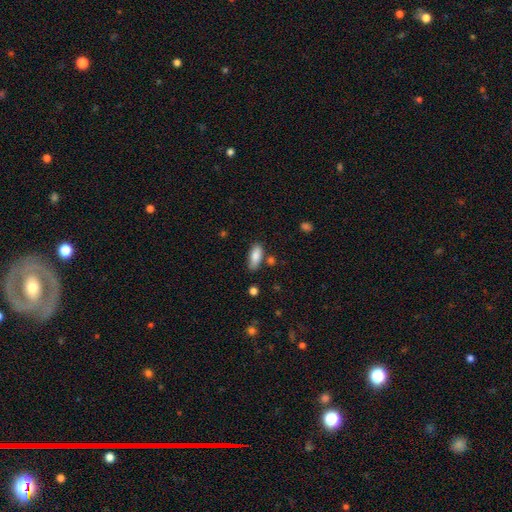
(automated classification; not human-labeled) Smooth or featured? Predicted: smooth (p=0.83). How rounded? Predicted: in between (p=0.80). Merging? Predicted: none (p=0.70).